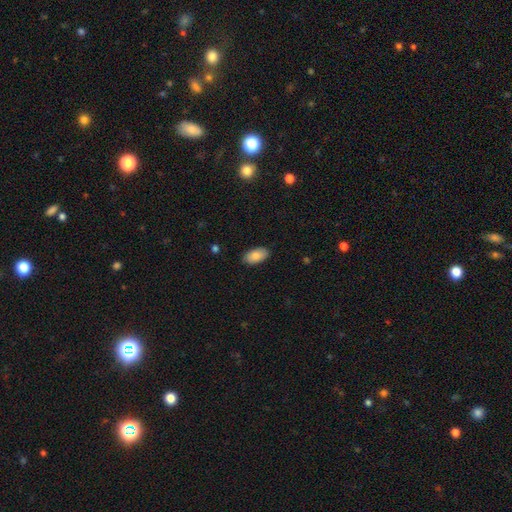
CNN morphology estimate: Smooth or featured? Predicted: smooth (p=0.86). How rounded? Predicted: in between (p=0.95). Merging? Predicted: none (p=0.88).